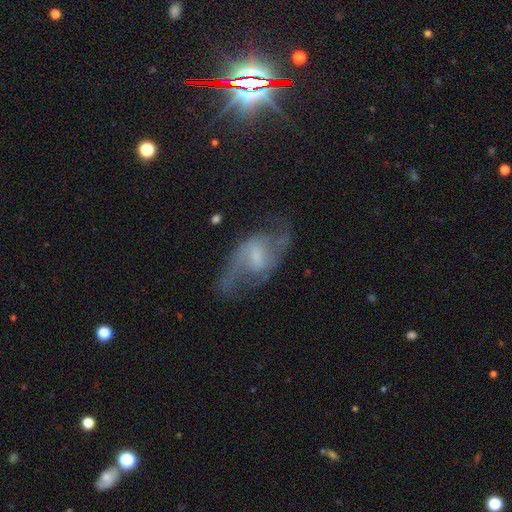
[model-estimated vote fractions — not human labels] Smooth or featured?
  - featured or disk: 80% *
  - smooth: 13%
  - star or artifact: 7%
Edge-on disk?
  - no: 95% *
  - yes: 5%
Bar?
  - weak: 57% *
  - no: 22%
  - strong: 21%
Spiral arms?
  - yes: 92% *
  - no: 8%
Spiral winding?
  - loose: 48% *
  - medium: 42%
  - tight: 10%
Spiral arm count?
  - 2: 89% *
  - can't tell: 5%
  - 1: 2%
  - 3: 1%
  - 4: 1%
  - more than 4: 1%
Bulge size?
  - small: 36% *
  - moderate: 30%
  - none: 25%
  - large: 8%
  - dominant: 2%
Merging?
  - none: 65% *
  - minor disturbance: 18%
  - major disturbance: 15%
  - merger: 2%